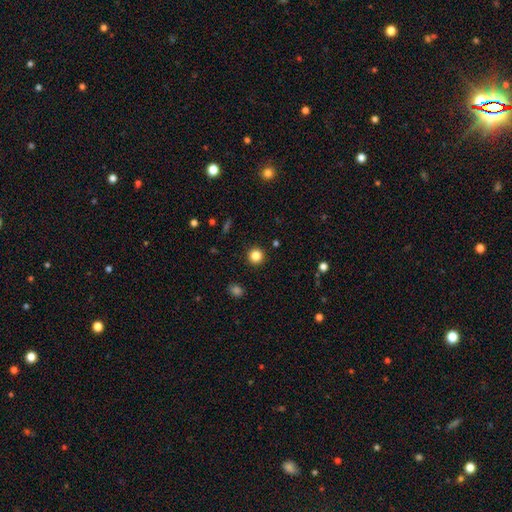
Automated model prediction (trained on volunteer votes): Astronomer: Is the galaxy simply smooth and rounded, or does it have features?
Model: smooth — 84%.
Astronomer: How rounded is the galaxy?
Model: round — 95%.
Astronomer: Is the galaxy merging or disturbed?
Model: none — 92%.